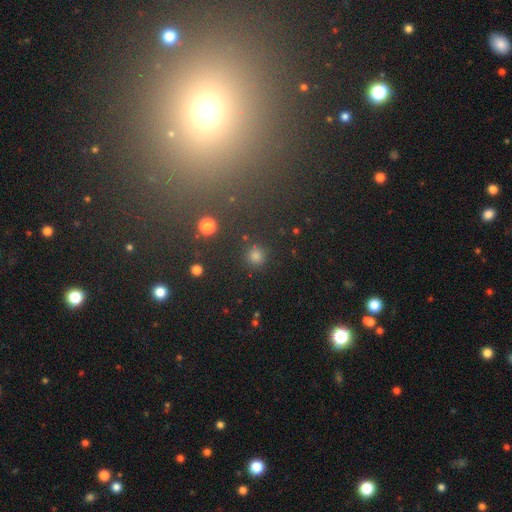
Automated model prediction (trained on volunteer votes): Morphology: type=smooth (78%); roundness=round (92%); merging=none (84%).